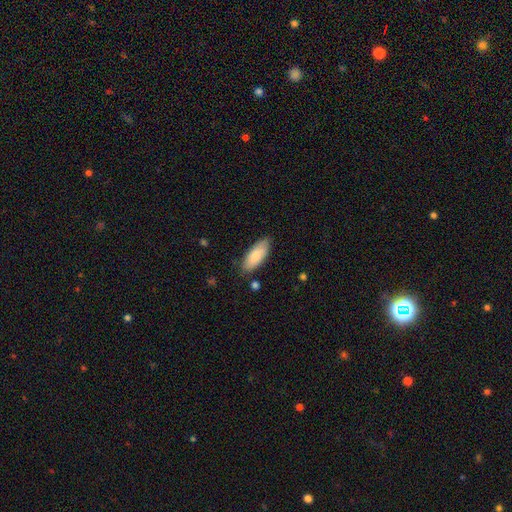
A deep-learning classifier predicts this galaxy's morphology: smooth_or_featured: smooth (p=0.84) [alt: featured or disk p=0.11]
how_rounded: in between (p=0.81) [alt: cigar-shaped p=0.18]
merging: none (p=0.83) [alt: minor disturbance p=0.13]